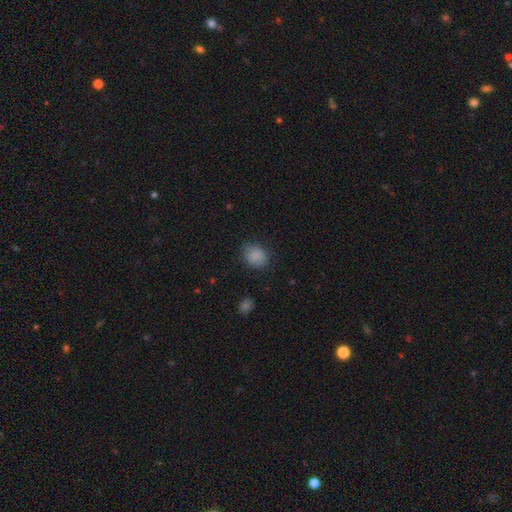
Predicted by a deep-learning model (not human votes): Q: Smooth or featured?
A: smooth (85%); runner-up: star or artifact (9%)
Q: How rounded?
A: round (54%); runner-up: in between (45%)
Q: Merging?
A: none (76%); runner-up: minor disturbance (18%)